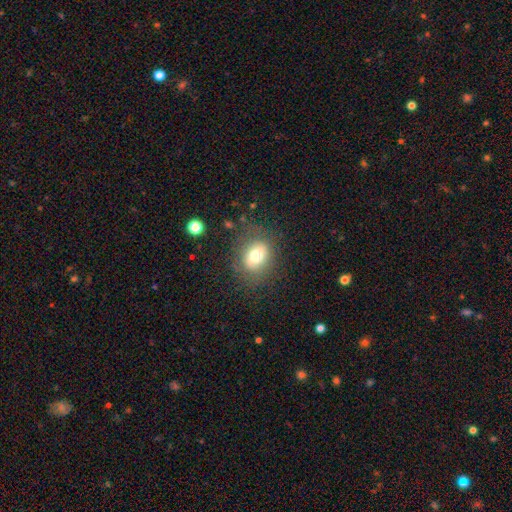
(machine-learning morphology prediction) Smooth or featured? Predicted: smooth (p=0.70). How rounded? Predicted: round (p=0.52). Merging? Predicted: none (p=0.76).